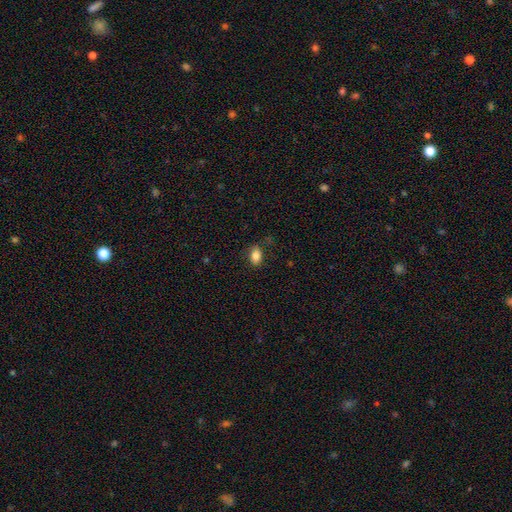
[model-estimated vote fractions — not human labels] This is clearly a smooth galaxy (85%). How rounded: clearly in between (85%). Merging: clearly none (82%).